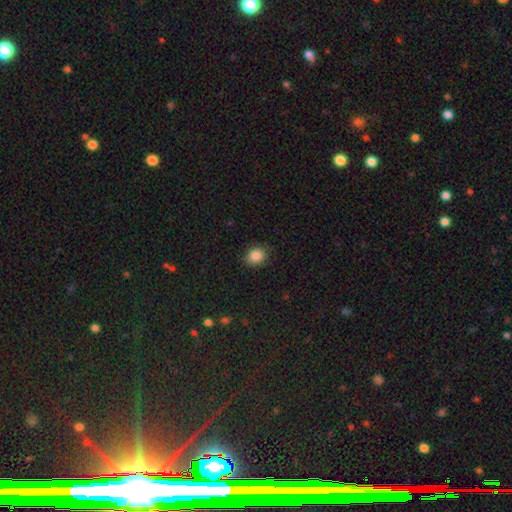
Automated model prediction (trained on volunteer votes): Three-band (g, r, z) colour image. It shows a smooth galaxy with no disk features (86%) that is round (56%). Merging: none (87%).